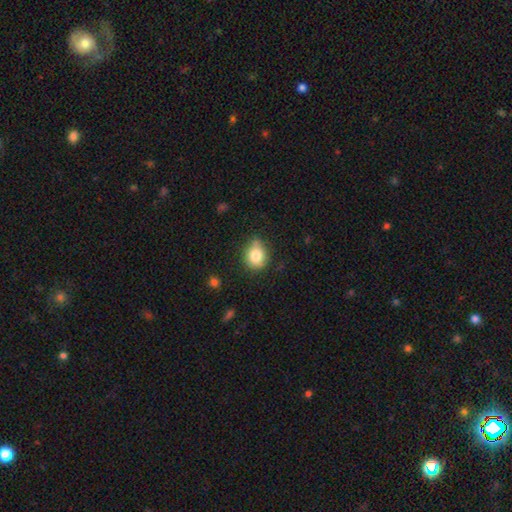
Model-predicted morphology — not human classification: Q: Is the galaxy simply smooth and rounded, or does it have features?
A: smooth — 81%.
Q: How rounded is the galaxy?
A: round — 62%.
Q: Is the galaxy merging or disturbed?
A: none — 67%.